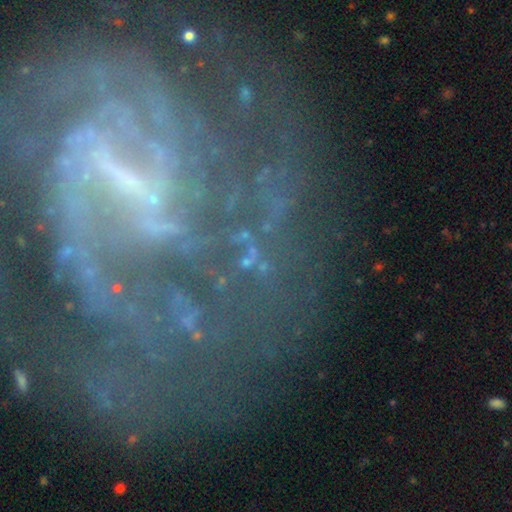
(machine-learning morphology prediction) Smooth or featured? featured or disk (62%)
Edge-on disk? no (94%)
Bar? strong (36%)
Spiral arms? yes (79%)
Bulge size? small (54%)
Merging? none (62%)